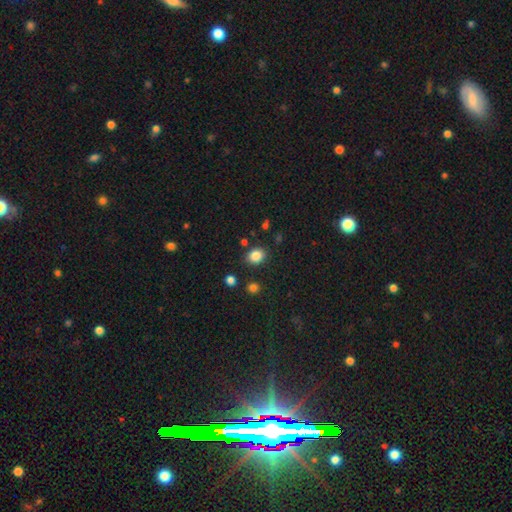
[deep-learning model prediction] Overall: smooth (85%). How rounded: round (52%; in between 47%). Merging: none (83%).